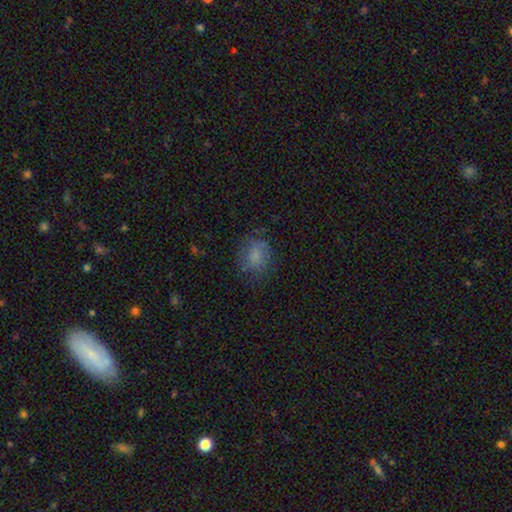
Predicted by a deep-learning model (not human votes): A smooth galaxy with no disk features (74%) that is round (62%).

Vote fractions:
- Smooth or featured? smooth: 74% / featured or disk: 14% / star or artifact: 11%
- How rounded? round: 62% / in between: 37% / cigar-shaped: 1%
- Merging? none: 70% / minor disturbance: 19% / major disturbance: 9% / merger: 1%